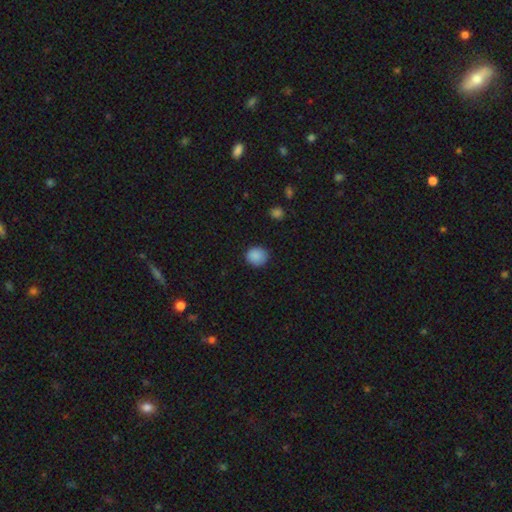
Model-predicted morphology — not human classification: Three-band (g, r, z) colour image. It shows a smooth galaxy with no disk features (88%) that is round (84%). Merging: none (87%).